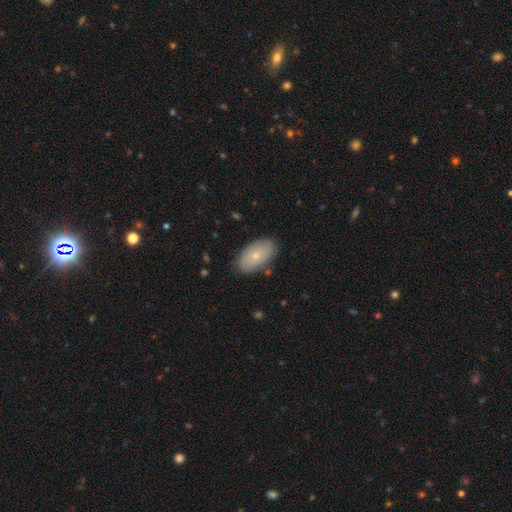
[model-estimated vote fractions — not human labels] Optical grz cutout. It shows a smooth galaxy with no disk features (66%) that is in between round and cigar-shaped (94%). Merging: none (83%).